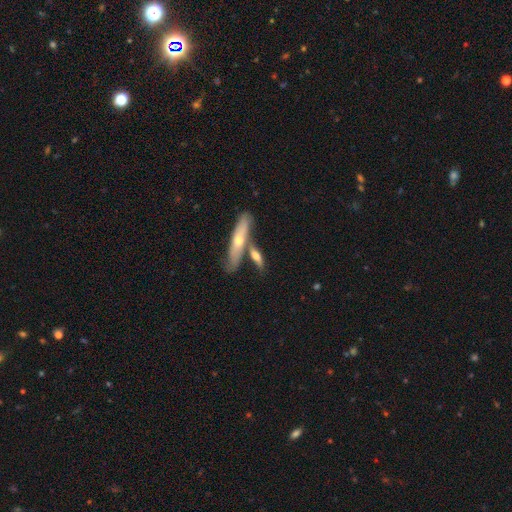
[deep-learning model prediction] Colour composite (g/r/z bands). It shows a smooth galaxy with no disk features (54%) that is cigar-shaped (67%). Merging: none (46%).